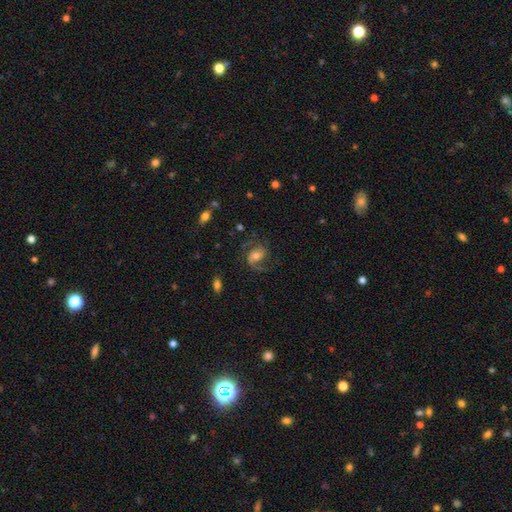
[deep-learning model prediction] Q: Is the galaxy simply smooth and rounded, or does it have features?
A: featured or disk — 79%.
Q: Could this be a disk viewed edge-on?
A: no — 97%.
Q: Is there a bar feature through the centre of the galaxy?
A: no — 54%.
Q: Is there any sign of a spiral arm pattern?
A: yes — 95%.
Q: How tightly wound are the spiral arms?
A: medium — 50%.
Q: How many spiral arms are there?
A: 2 — 82%.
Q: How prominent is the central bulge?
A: moderate — 59%.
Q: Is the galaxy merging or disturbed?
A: none — 67%.